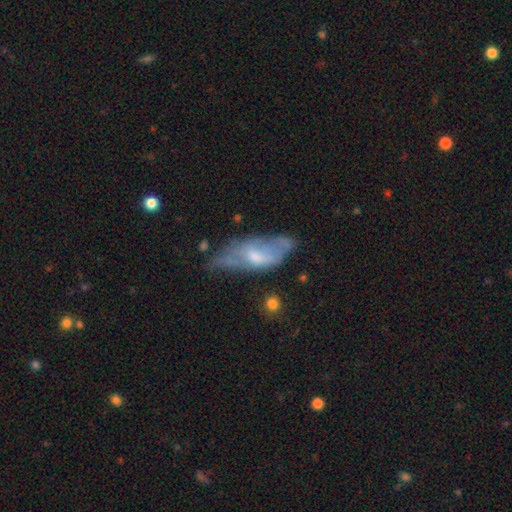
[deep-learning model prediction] Smooth or featured?
  - featured or disk: 53% *
  - smooth: 39%
  - star or artifact: 8%
Edge-on disk?
  - no: 79% *
  - yes: 21%
Merging?
  - none: 39% *
  - minor disturbance: 35%
  - major disturbance: 22%
  - merger: 4%